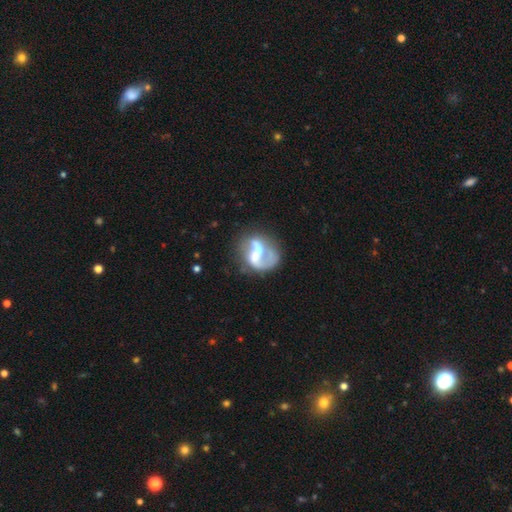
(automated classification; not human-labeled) This is likely a featured or disk galaxy (73%). It is clearly not viewed edge-on (98%). Bar: marginally weak (38%). Spiral arm pattern: likely yes (73%). Spiral arm count: likely 2 (63%). Spiral winding: possibly loose (60%). Central bulge: marginally moderate (36%). Merging: marginally none (42%).